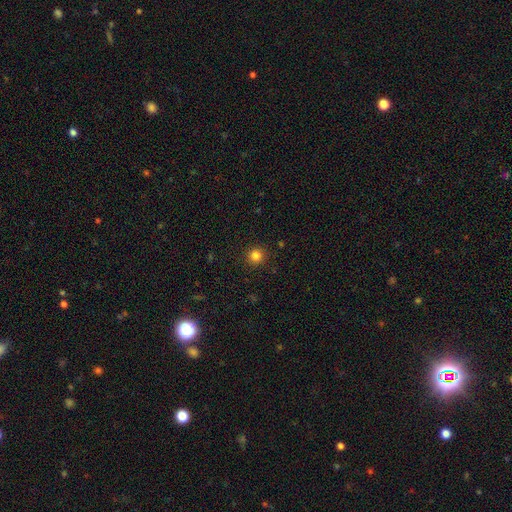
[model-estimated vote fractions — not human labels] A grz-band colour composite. It shows a smooth galaxy with no disk features (83%) that is round (94%). Merging: none (92%).